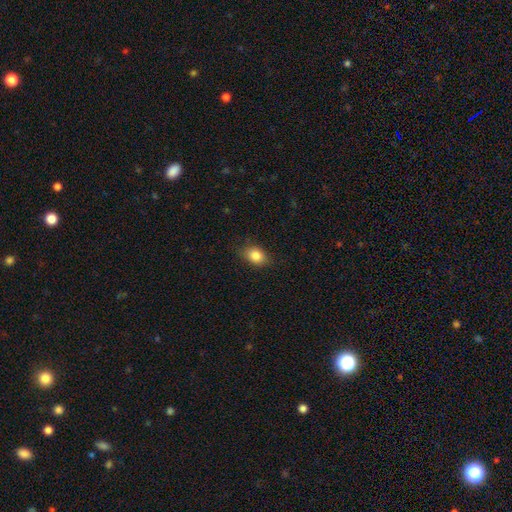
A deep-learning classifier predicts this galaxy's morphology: Smooth or featured? Predicted: smooth (p=0.84). How rounded? Predicted: in between (p=0.72). Merging? Predicted: none (p=0.81).